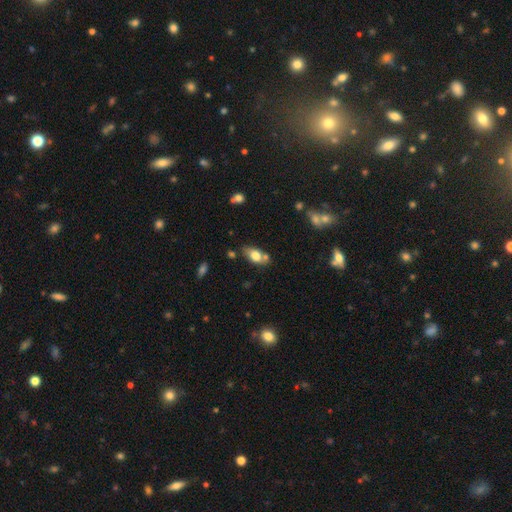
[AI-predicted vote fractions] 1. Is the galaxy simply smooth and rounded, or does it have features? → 74% smooth, 17% featured or disk, 8% star or artifact.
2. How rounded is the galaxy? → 86% in between, 9% round, 5% cigar-shaped.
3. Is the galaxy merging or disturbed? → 62% none, 17% merger, 16% minor disturbance, 4% major disturbance.